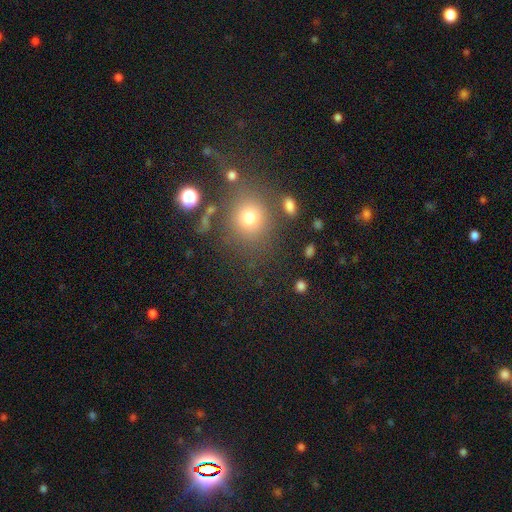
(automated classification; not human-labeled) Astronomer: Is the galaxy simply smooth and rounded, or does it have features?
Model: smooth — 56% (runner-up: star or artifact, 34%).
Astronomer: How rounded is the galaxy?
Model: round — 79%.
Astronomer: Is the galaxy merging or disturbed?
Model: none — 77%.